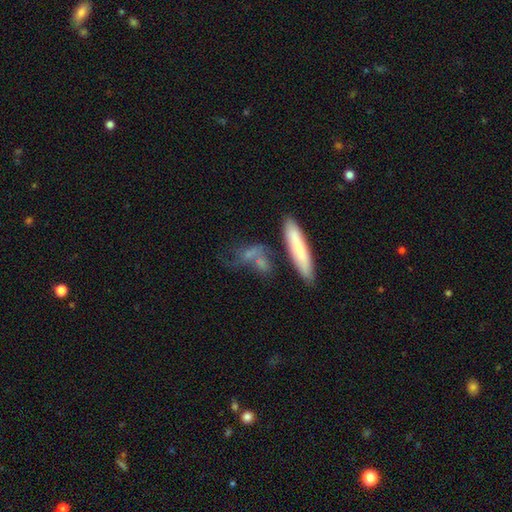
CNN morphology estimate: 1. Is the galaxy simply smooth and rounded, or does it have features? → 52% smooth, 36% featured or disk, 12% star or artifact.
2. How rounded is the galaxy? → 65% cigar-shaped, 27% in between, 8% round.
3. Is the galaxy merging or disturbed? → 59% none, 17% minor disturbance, 15% merger, 8% major disturbance.